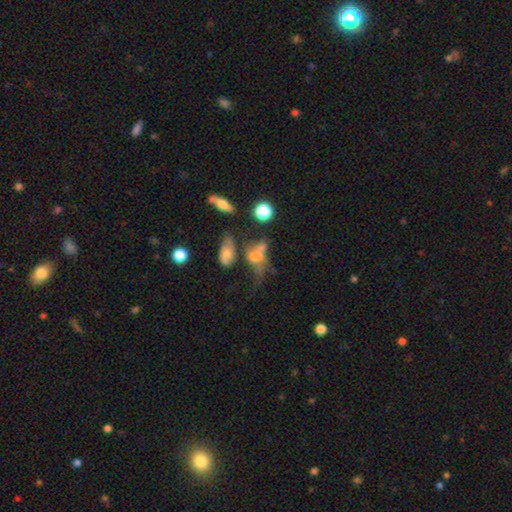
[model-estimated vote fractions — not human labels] Smooth or featured? smooth (49%)
Merging? merger (37%)